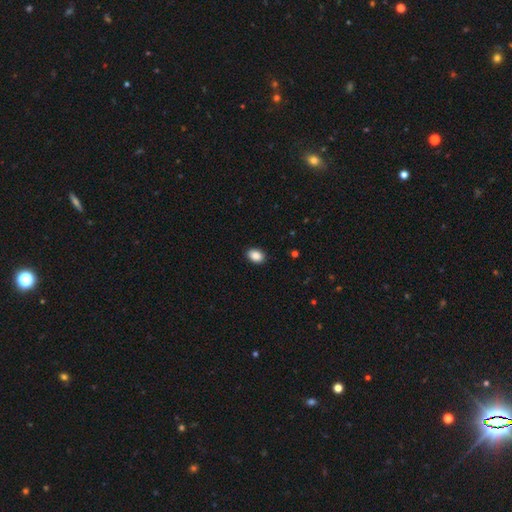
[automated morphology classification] This is clearly a smooth galaxy (89%). How rounded: likely in between (78%). Merging: clearly none (90%).